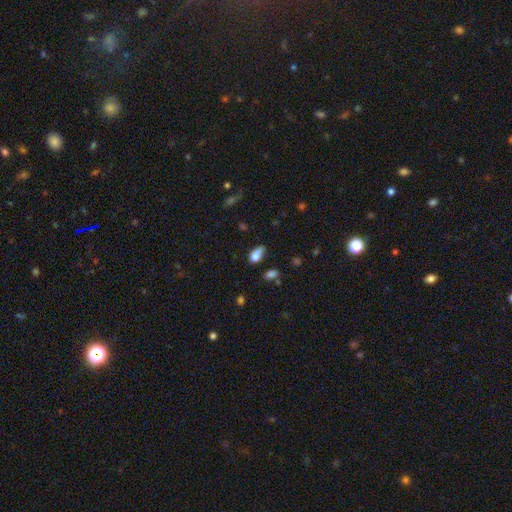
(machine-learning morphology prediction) Q: Smooth or featured?
A: smooth (80%); runner-up: featured or disk (11%)
Q: How rounded?
A: in between (88%); runner-up: round (8%)
Q: Merging?
A: none (41%); runner-up: minor disturbance (36%)